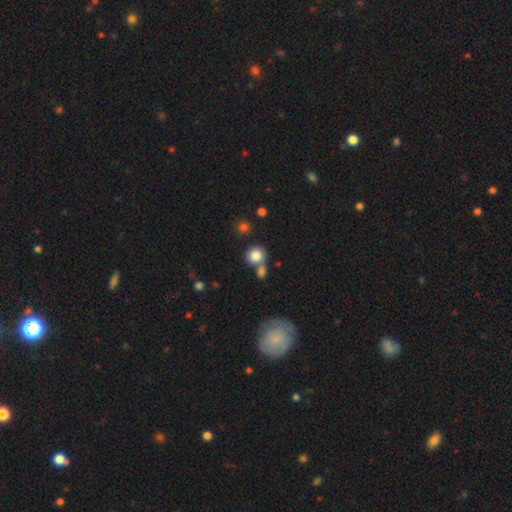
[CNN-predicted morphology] type=smooth (83%); roundness=round (83%); merging=none (58%).